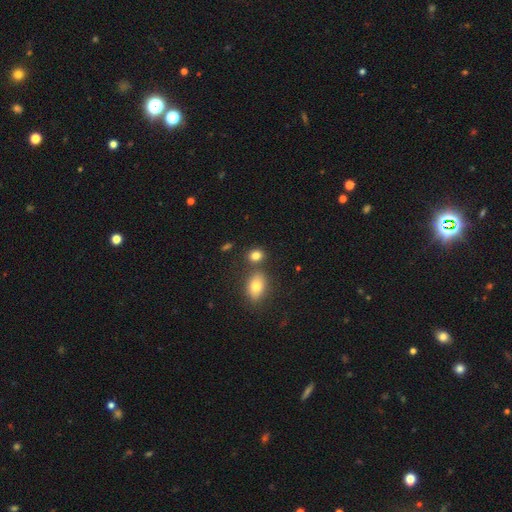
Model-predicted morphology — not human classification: Smooth or featured? Predicted: smooth (p=0.81). How rounded? Predicted: in between (p=0.50). Merging? Predicted: none (p=0.68).